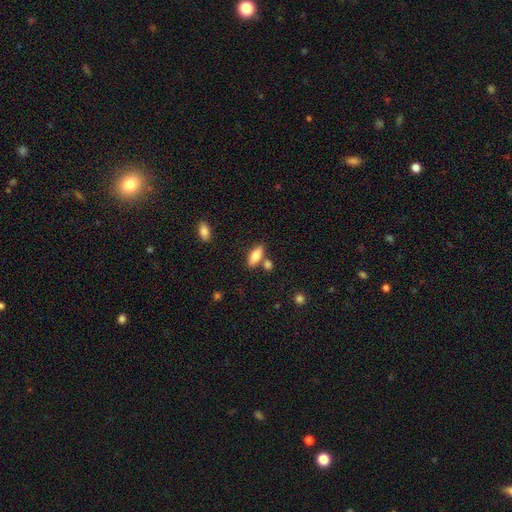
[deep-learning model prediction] This appears to be a smooth galaxy with no disk features (77%) that is in between round and cigar-shaped (73%). Merging: none (70%).